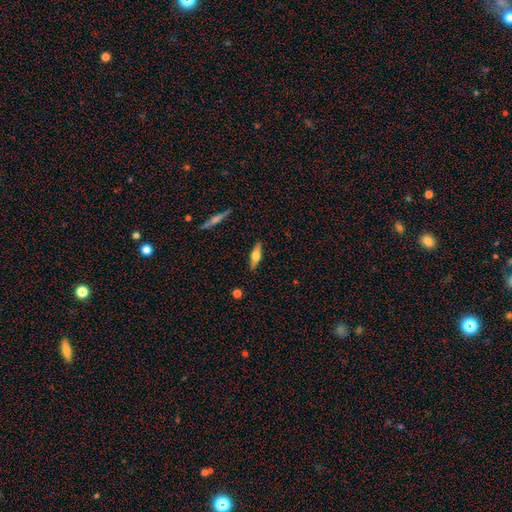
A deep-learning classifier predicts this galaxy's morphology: The model was most divided on "smooth or featured": featured or disk: 50%, smooth: 43%, star or artifact: 7%. More confident: edge-on disk — yes (93%); merging — none (87%).